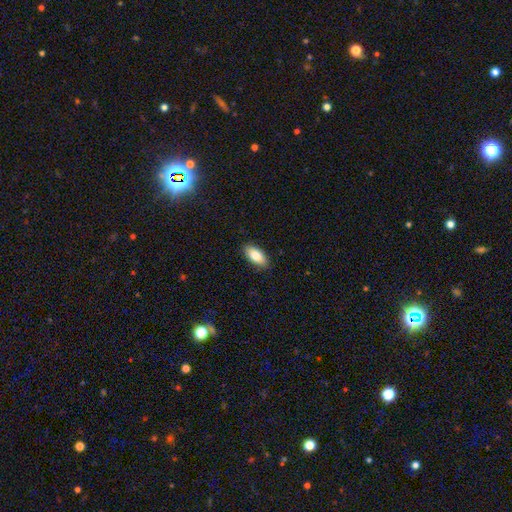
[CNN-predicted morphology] A smooth galaxy with no disk features (82%) that is in between round and cigar-shaped (91%). Merging: none (88%).